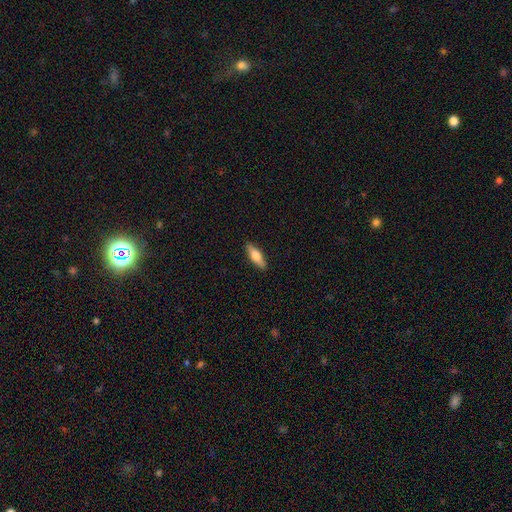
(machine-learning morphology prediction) Smooth or featured? smooth (62%)
How rounded? cigar-shaped (51%)
Merging? none (90%)